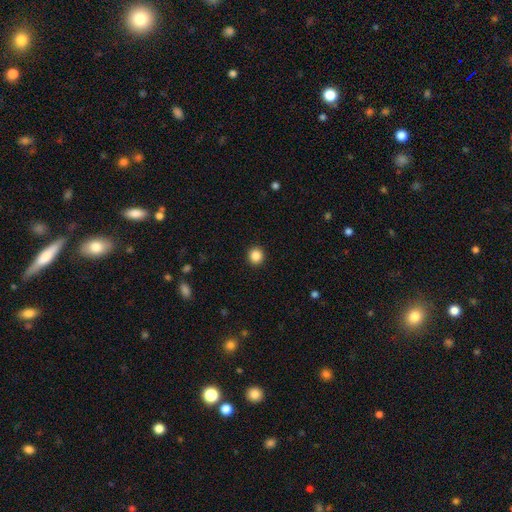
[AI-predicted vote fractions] Smooth or featured?
  - smooth: 86% *
  - star or artifact: 10%
  - featured or disk: 3%
How rounded?
  - round: 93% *
  - in between: 6%
  - cigar-shaped: 1%
Merging?
  - none: 93% *
  - minor disturbance: 5%
  - major disturbance: 2%
  - merger: 1%